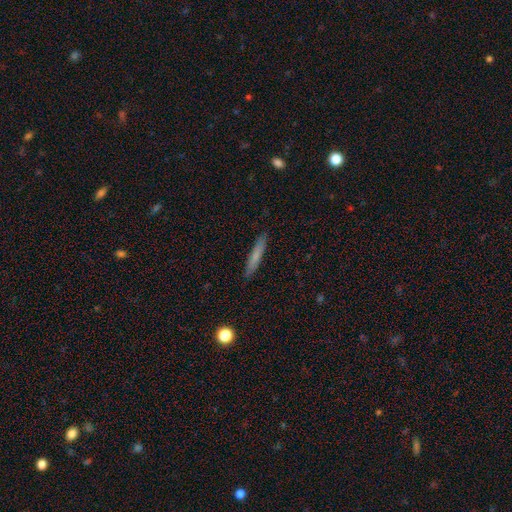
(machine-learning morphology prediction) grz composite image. It shows a smooth galaxy with no disk features (72%) that is cigar-shaped (93%). Merging: none (89%).